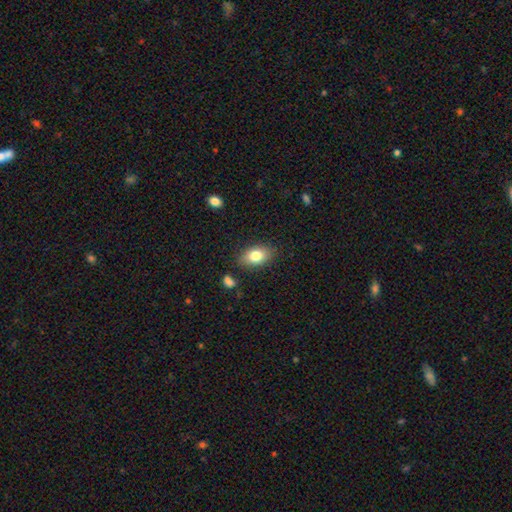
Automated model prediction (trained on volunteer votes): This appears to be a smooth galaxy with no disk features (79%) that is in between round and cigar-shaped (87%). Merging: none (83%).